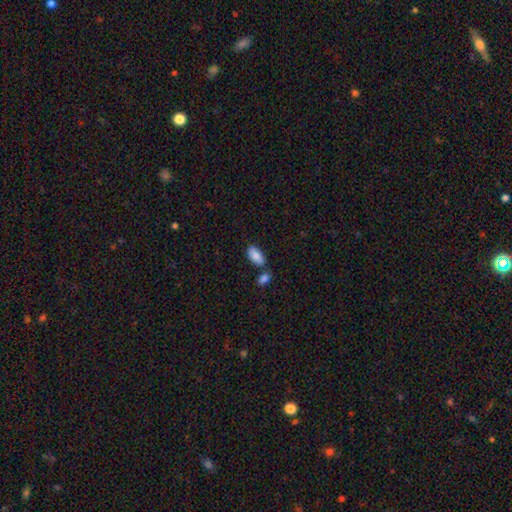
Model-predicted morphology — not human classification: A smooth galaxy with no disk features (86%) that is in between round and cigar-shaped (91%).

Vote fractions:
- Smooth or featured? smooth: 86% / featured or disk: 7% / star or artifact: 7%
- How rounded? in between: 91% / cigar-shaped: 7% / round: 2%
- Merging? none: 61% / merger: 21% / minor disturbance: 14% / major disturbance: 4%